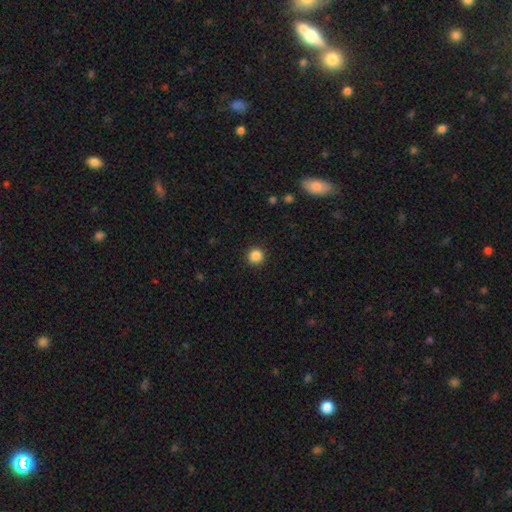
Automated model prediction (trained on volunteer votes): Smooth or featured?
  - smooth: 87% *
  - star or artifact: 10%
  - featured or disk: 3%
How rounded?
  - round: 95% *
  - in between: 4%
  - cigar-shaped: 1%
Merging?
  - none: 91% *
  - minor disturbance: 6%
  - major disturbance: 2%
  - merger: 1%